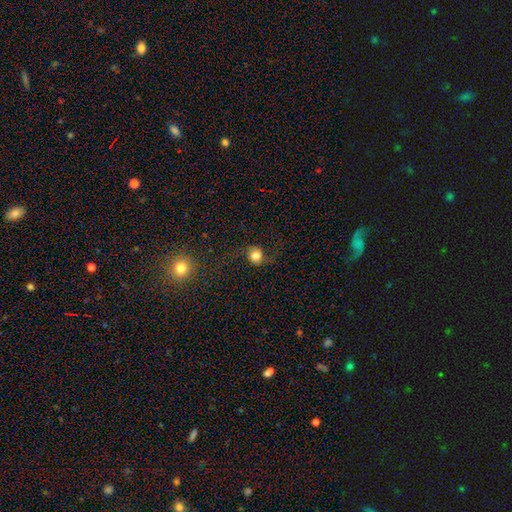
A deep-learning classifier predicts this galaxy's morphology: Smooth or featured: smooth — 51% (featured or disk — 36%)
How rounded: round — 83% (in between — 16%)
Merging: none — 67% (minor disturbance — 16%)